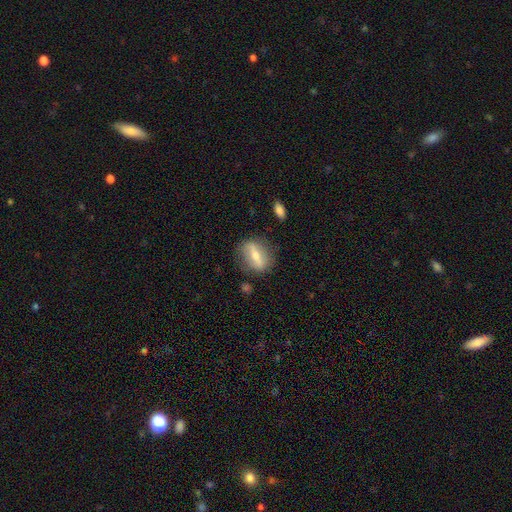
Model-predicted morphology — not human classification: A featured or disk galaxy (47%).

Vote fractions:
- Smooth or featured? featured or disk: 47% / smooth: 45% / star or artifact: 7%
- Merging? none: 75% / minor disturbance: 16% / major disturbance: 6% / merger: 2%